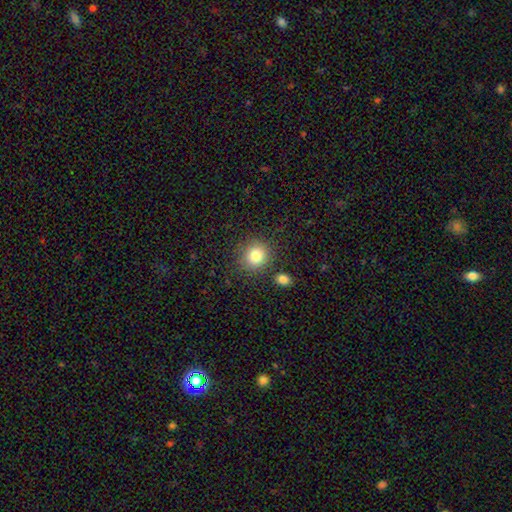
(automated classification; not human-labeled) Smooth or featured?
  - smooth: 82% *
  - star or artifact: 11%
  - featured or disk: 7%
How rounded?
  - round: 86% *
  - in between: 14%
  - cigar-shaped: 1%
Merging?
  - none: 82% *
  - minor disturbance: 9%
  - merger: 5%
  - major disturbance: 3%